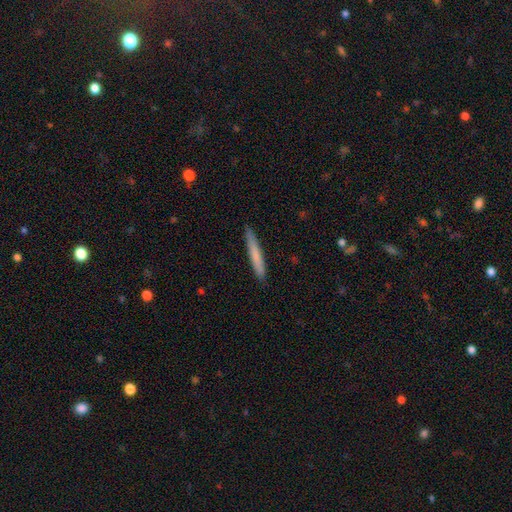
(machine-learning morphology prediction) This is likely a smooth galaxy (72%). How rounded: clearly cigar-shaped (96%). Merging: clearly none (90%).